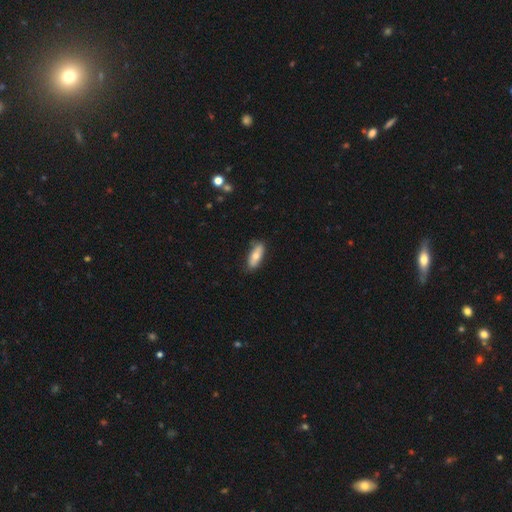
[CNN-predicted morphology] Smooth or featured?
  - smooth: 67% *
  - featured or disk: 27%
  - star or artifact: 6%
How rounded?
  - in between: 69% *
  - cigar-shaped: 29%
  - round: 3%
Merging?
  - none: 76% *
  - minor disturbance: 19%
  - major disturbance: 3%
  - merger: 2%